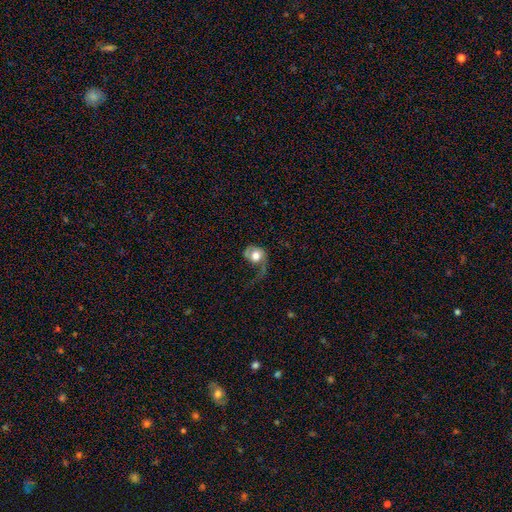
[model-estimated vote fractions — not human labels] smooth-or-featured: smooth: 47% | featured or disk: 45% | star or artifact: 8%
  merging: major disturbance: 55% | none: 24% | minor disturbance: 17% | merger: 4%